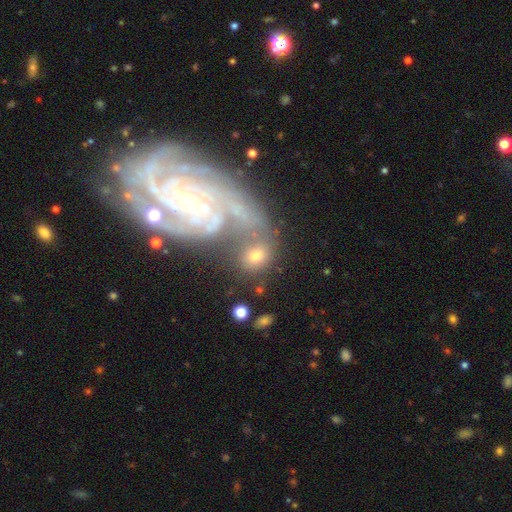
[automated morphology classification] Smooth or featured? smooth (57%)
How rounded? round (49%, tied with in between)
Merging? none (49%)